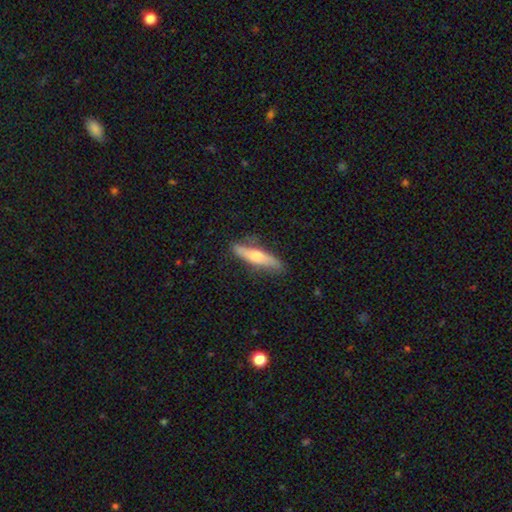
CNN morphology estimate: This appears to be a featured or disk galaxy (49%). Merging: none (80%).